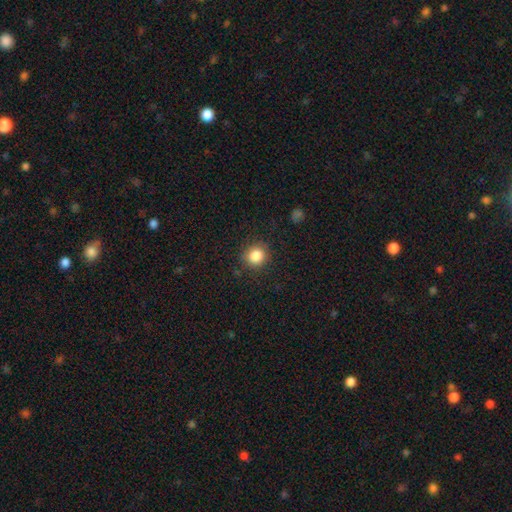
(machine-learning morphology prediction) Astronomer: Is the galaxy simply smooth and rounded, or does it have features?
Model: smooth — 85%.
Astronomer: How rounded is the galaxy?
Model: round — 86%.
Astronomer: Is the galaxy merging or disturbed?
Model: none — 87%.